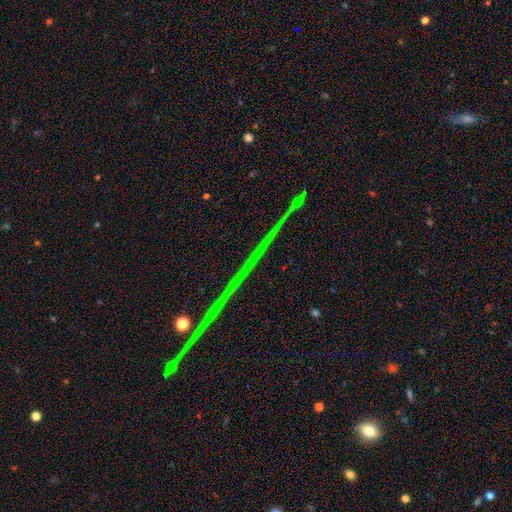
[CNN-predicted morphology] smooth_or_featured: star or artifact (p=0.81) [alt: featured or disk p=0.13]